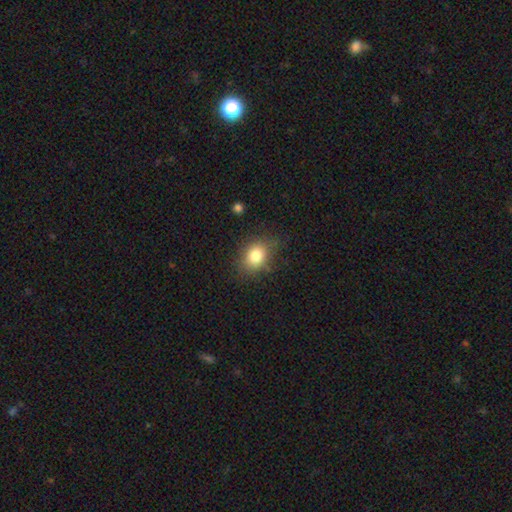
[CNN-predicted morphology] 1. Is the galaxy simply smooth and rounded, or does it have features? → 81% smooth, 10% star or artifact, 9% featured or disk.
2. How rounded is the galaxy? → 59% in between, 40% round, 1% cigar-shaped.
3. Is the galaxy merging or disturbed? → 75% none, 18% minor disturbance, 5% major disturbance, 2% merger.